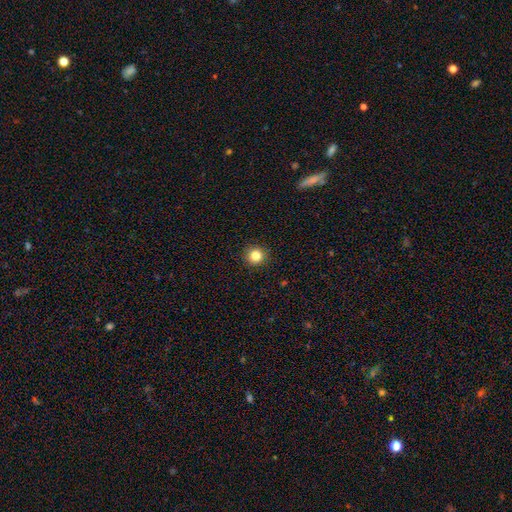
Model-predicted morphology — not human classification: A smooth galaxy with no disk features (83%) that is round (94%).

Vote fractions:
- Smooth or featured? smooth: 83% / star or artifact: 12% / featured or disk: 5%
- How rounded? round: 94% / in between: 5% / cigar-shaped: 1%
- Merging? none: 92% / minor disturbance: 5% / major disturbance: 2% / merger: 1%